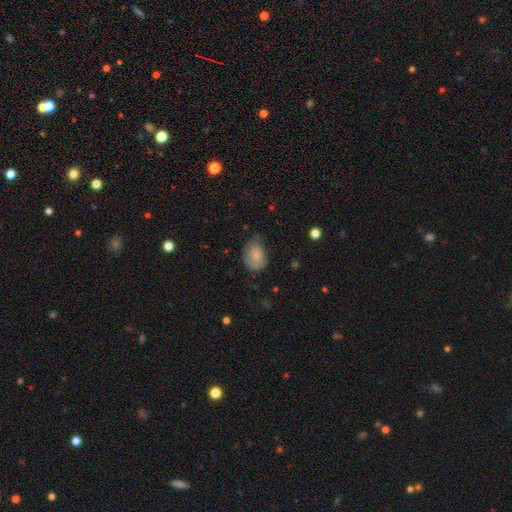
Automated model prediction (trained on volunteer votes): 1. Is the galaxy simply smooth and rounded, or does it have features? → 75% smooth, 18% featured or disk, 7% star or artifact.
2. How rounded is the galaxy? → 80% in between, 19% round, 1% cigar-shaped.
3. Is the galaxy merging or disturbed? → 45% none, 39% minor disturbance, 14% major disturbance, 2% merger.